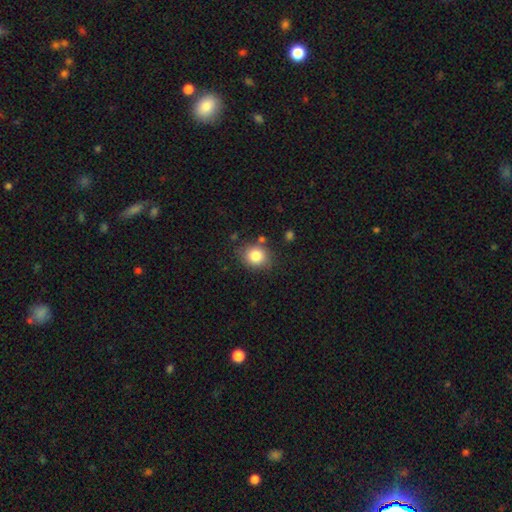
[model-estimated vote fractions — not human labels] This is clearly a smooth galaxy (83%). How rounded: likely round (71%). Merging: likely none (80%).